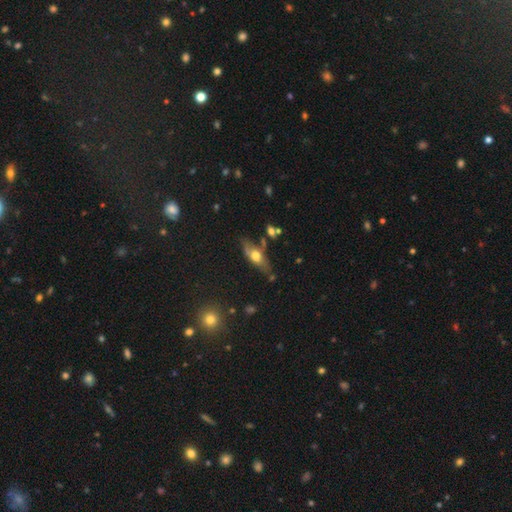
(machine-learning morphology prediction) The model was most divided on "smooth or featured": smooth: 48%, featured or disk: 44%, star or artifact: 8%. More confident: merging — none (64%).